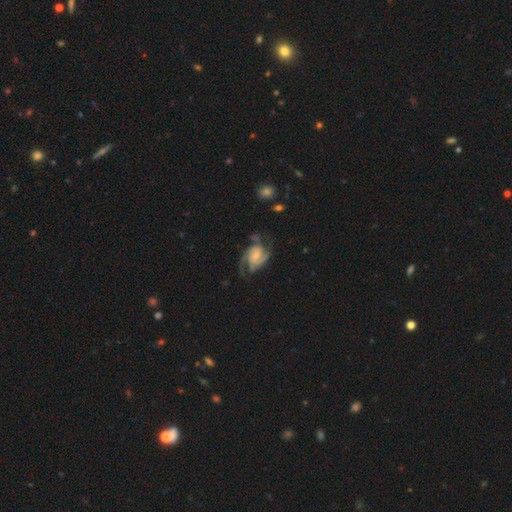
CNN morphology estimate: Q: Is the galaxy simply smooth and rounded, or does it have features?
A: featured or disk — 89%.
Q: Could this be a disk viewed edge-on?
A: no — 98%.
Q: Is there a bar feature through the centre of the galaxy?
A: no — 53%.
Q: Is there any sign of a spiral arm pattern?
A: yes — 98%.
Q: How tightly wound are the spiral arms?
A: medium — 50%.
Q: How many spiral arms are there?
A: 2 — 41%.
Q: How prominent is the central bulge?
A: small — 51%.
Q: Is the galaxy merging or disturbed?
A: none — 62%.